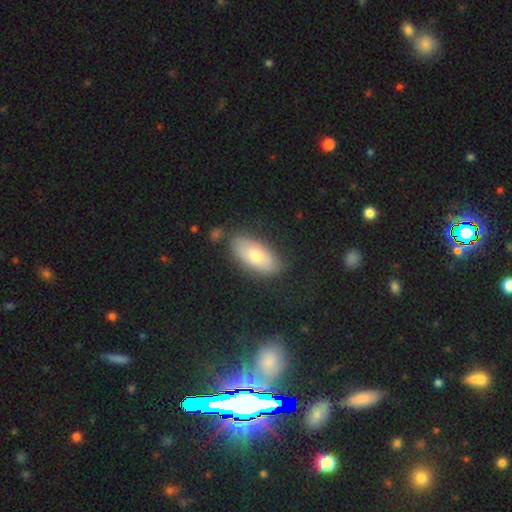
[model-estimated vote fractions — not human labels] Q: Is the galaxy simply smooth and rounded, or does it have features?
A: smooth — 72%.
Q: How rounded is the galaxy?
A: in between — 89%.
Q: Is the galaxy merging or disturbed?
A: none — 77%.